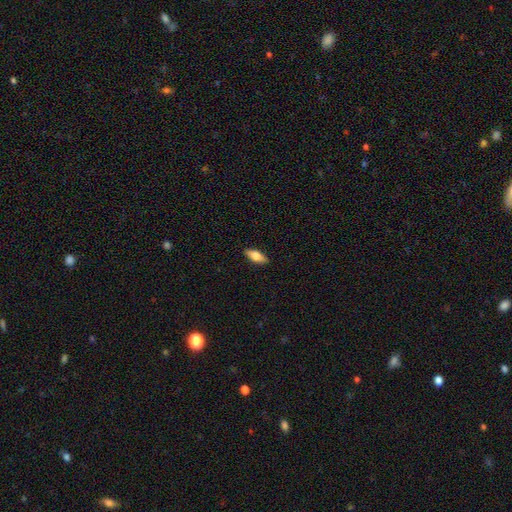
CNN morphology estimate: Smooth or featured?
  - smooth: 69% *
  - featured or disk: 24%
  - star or artifact: 6%
How rounded?
  - in between: 72% *
  - cigar-shaped: 26%
  - round: 3%
Merging?
  - none: 88% *
  - minor disturbance: 9%
  - major disturbance: 2%
  - merger: 1%